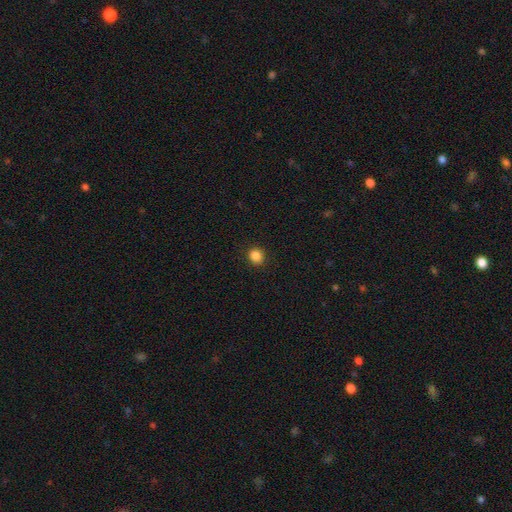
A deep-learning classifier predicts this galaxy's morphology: smooth_or_featured: smooth (p=0.86) [alt: star or artifact p=0.11]
how_rounded: round (p=0.76) [alt: in between p=0.23]
merging: none (p=0.91) [alt: minor disturbance p=0.06]